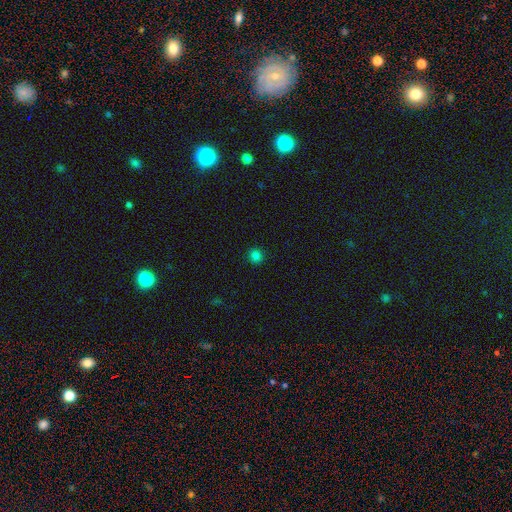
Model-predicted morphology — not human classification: Smooth or featured? Predicted: smooth (p=0.82). How rounded? Predicted: round (p=0.93). Merging? Predicted: none (p=0.92).